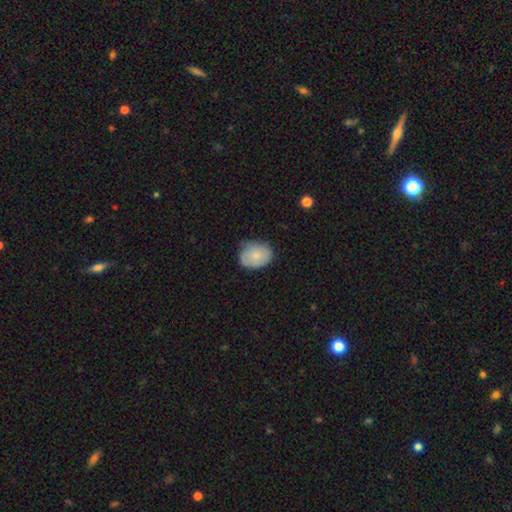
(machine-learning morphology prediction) smooth_or_featured: smooth (p=0.76) [alt: featured or disk p=0.18]
how_rounded: in between (p=0.56) [alt: round p=0.43]
merging: none (p=0.68) [alt: minor disturbance p=0.26]